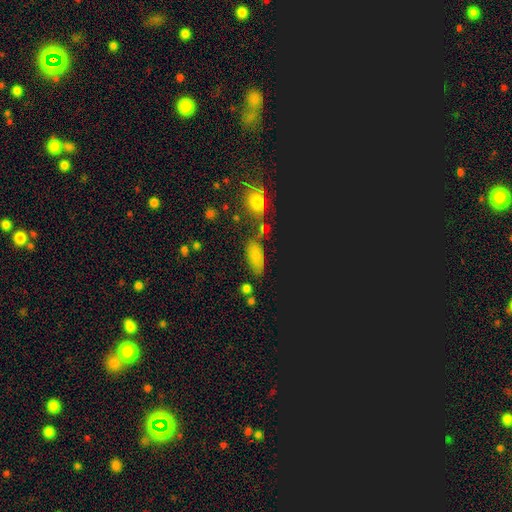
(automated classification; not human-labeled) Smooth or featured? Predicted: smooth (p=0.62). How rounded? Predicted: in between (p=0.84). Merging? Predicted: none (p=0.63).